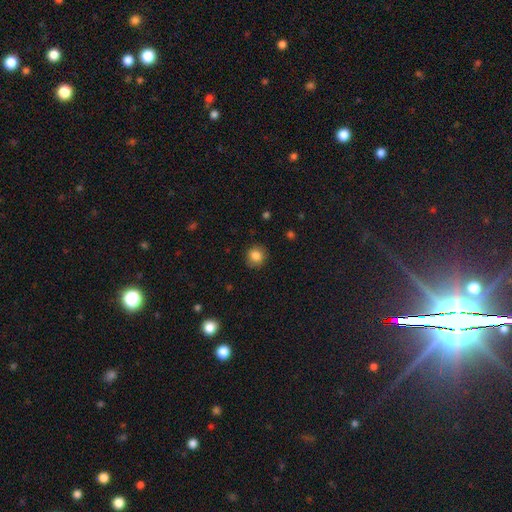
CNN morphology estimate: smooth-or-featured: smooth: 84% | star or artifact: 10% | featured or disk: 6%
  how-rounded: round: 85% | in between: 14% | cigar-shaped: 1%
  merging: none: 86% | minor disturbance: 10% | major disturbance: 3% | merger: 1%